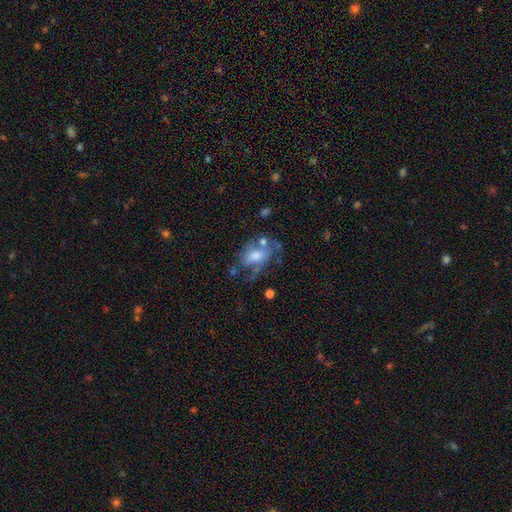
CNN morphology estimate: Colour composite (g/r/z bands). It shows a featured or disk galaxy (52%). Merging: none (36%).